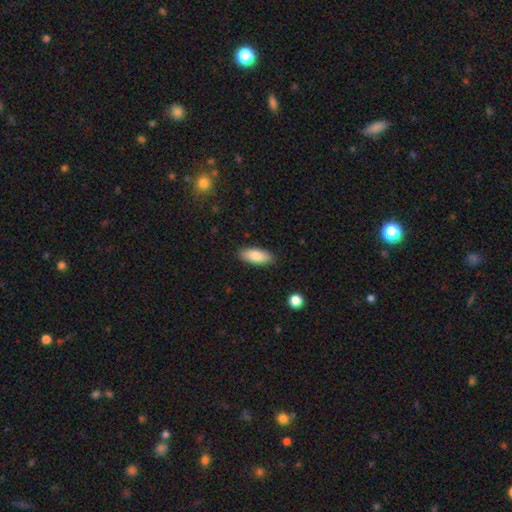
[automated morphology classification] smooth_or_featured: smooth (p=0.83) [alt: featured or disk p=0.11]
how_rounded: in between (p=0.80) [alt: cigar-shaped p=0.18]
merging: none (p=0.87) [alt: minor disturbance p=0.09]